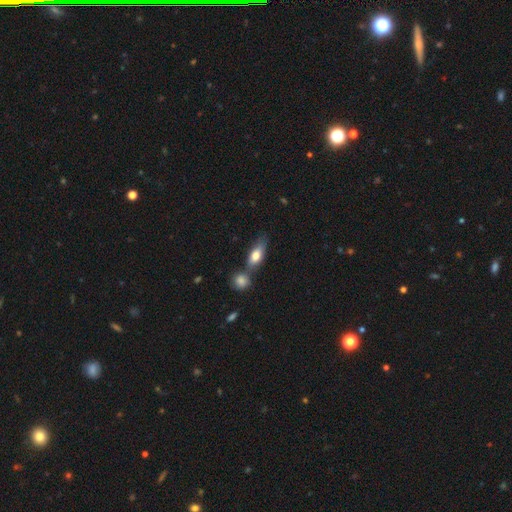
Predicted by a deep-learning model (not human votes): Smooth or featured?
  - smooth: 75% *
  - featured or disk: 18%
  - star or artifact: 7%
How rounded?
  - in between: 72% *
  - cigar-shaped: 22%
  - round: 6%
Merging?
  - none: 47% *
  - merger: 31%
  - minor disturbance: 16%
  - major disturbance: 6%